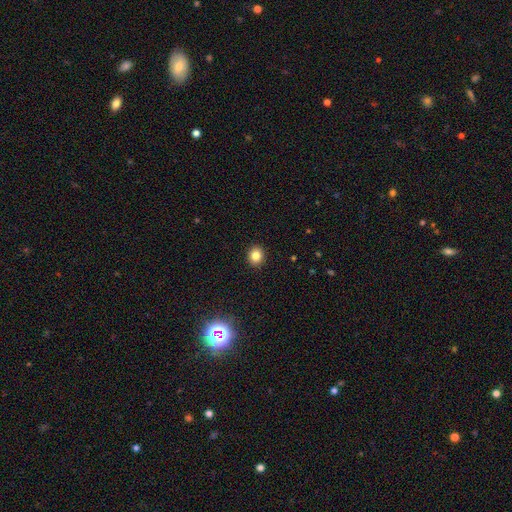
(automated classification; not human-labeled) smooth 83%, star or artifact 11%, featured or disk 6%. Down the decision tree: how rounded — round (78%); merging — none (92%).